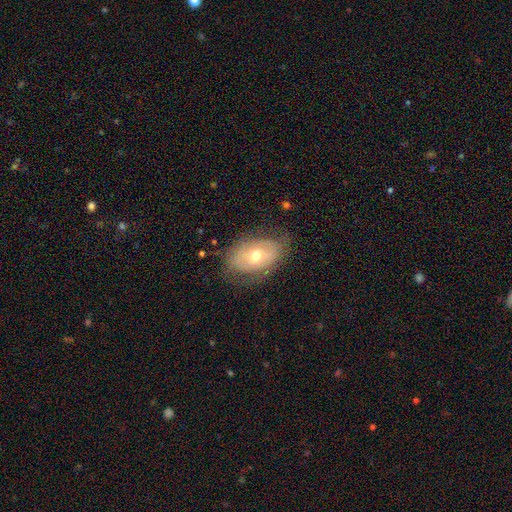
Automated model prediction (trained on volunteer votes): Smooth or featured? Predicted: smooth (p=0.46, tied with featured or disk). Merging? Predicted: none (p=0.68).